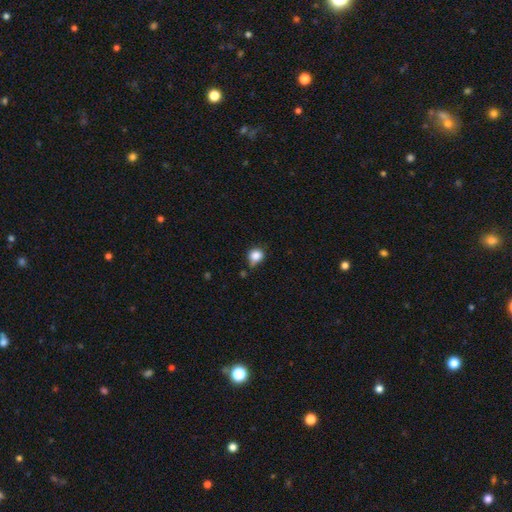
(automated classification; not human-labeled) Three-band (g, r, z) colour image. It shows a smooth galaxy with no disk features (85%) that is round (81%). Merging: none (55%).